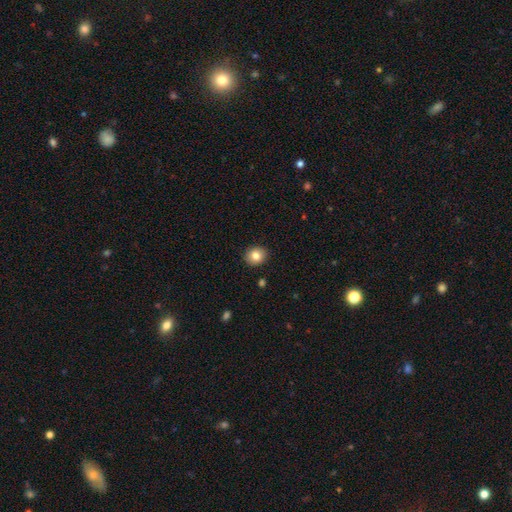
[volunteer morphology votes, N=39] type=smooth (85%); roundness=round (70%); merging=none (92%).